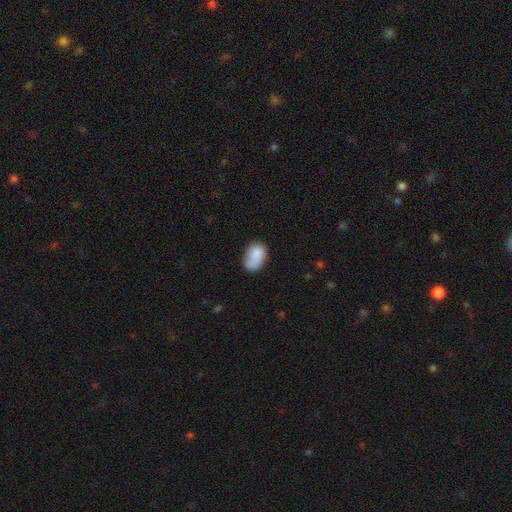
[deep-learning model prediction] Overall: smooth (84%). How rounded: in between (83%). Merging: none (59%; minor disturbance 27%).